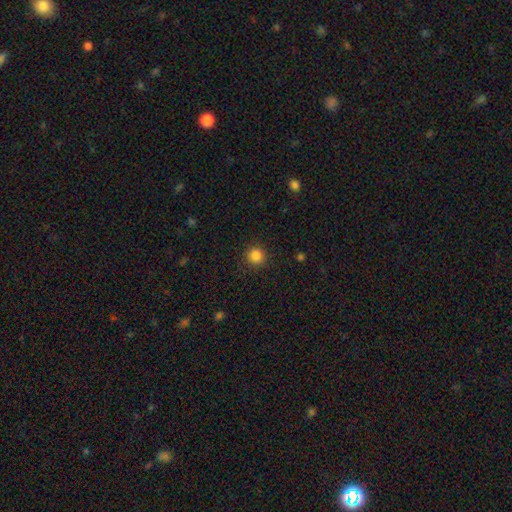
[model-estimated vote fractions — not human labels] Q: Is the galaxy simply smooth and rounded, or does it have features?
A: smooth — 85%.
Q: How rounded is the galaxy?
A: round — 94%.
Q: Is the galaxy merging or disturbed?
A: none — 90%.